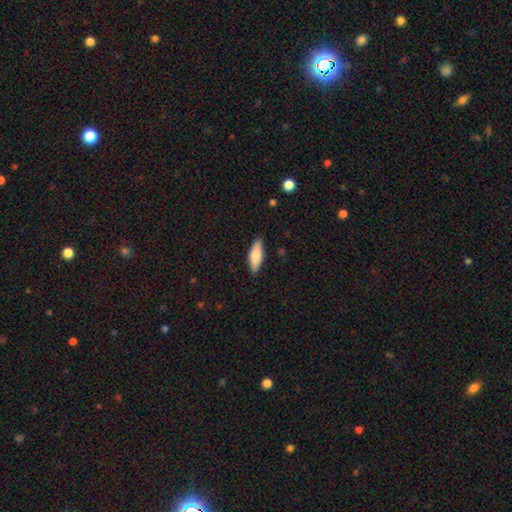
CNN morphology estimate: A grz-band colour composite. It shows a smooth galaxy with no disk features (78%) that is in between round and cigar-shaped (55%). Merging: none (88%).